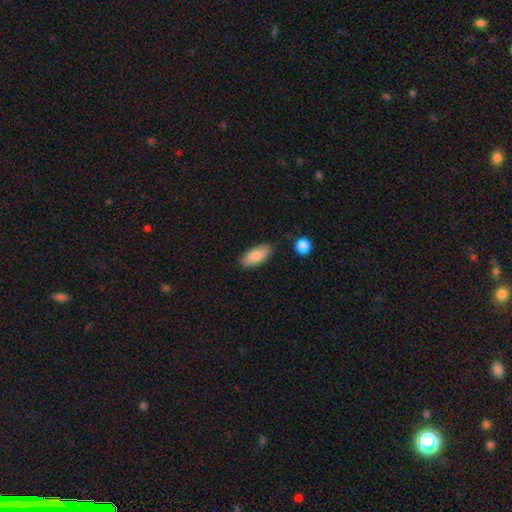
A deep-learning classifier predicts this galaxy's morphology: Smooth or featured: smooth — 83% (featured or disk — 11%)
How rounded: in between — 88% (cigar-shaped — 10%)
Merging: none — 80% (minor disturbance — 15%)